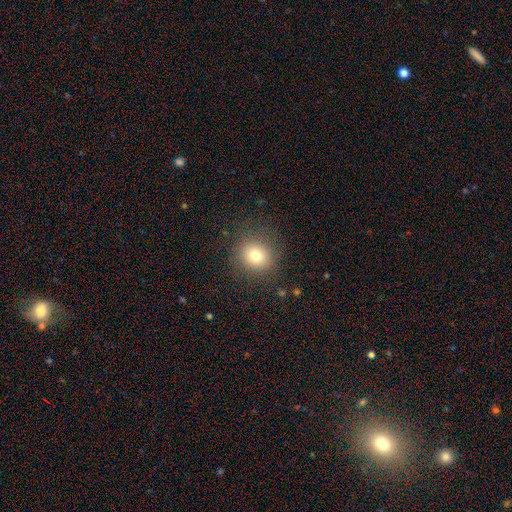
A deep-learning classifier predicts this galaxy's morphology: type=smooth (76%); roundness=round (87%); merging=none (87%).